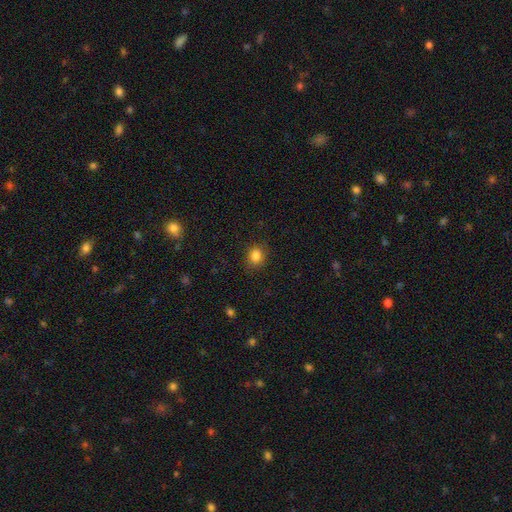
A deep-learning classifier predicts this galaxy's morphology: smooth 83%, star or artifact 12%, featured or disk 5%. Down the decision tree: how rounded — round (57%); merging — none (84%).